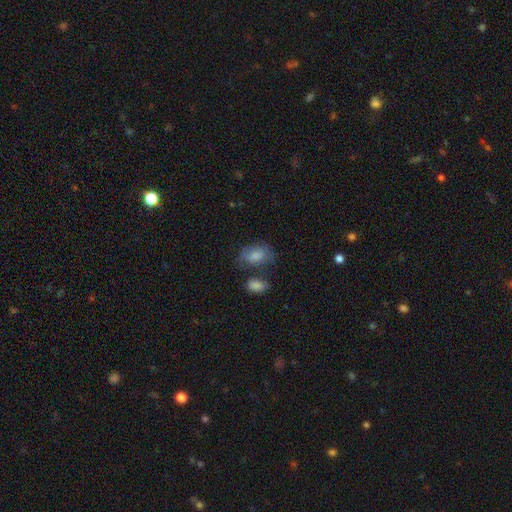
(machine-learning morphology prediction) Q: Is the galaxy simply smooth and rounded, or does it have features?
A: smooth — 77%.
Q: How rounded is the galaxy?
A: in between — 88%.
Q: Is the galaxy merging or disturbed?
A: none — 44%.